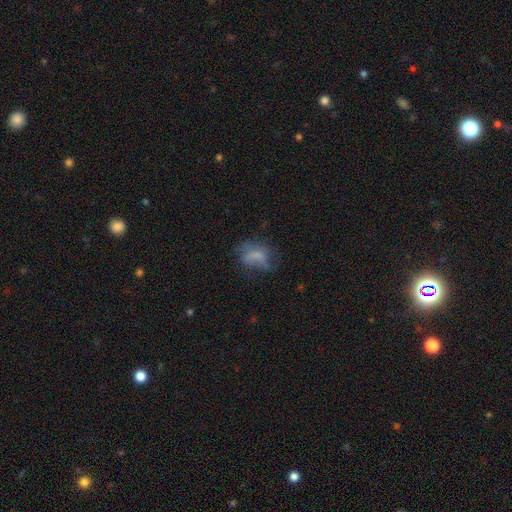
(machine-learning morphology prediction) Smooth or featured? smooth (53%)
How rounded? in between (77%)
Merging? none (37%)